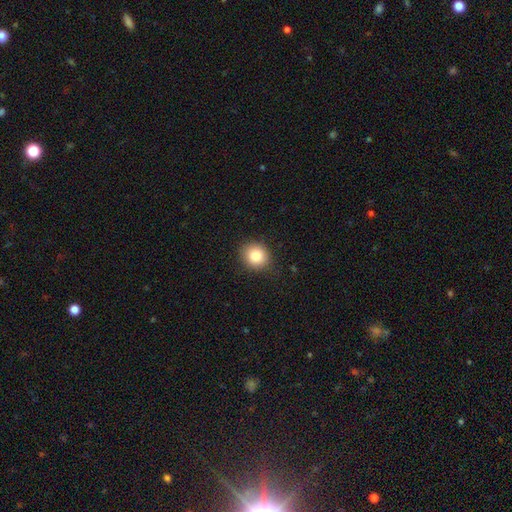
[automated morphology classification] smooth 85%, star or artifact 9%, featured or disk 6%. Down the decision tree: how rounded — round (78%); merging — none (86%).